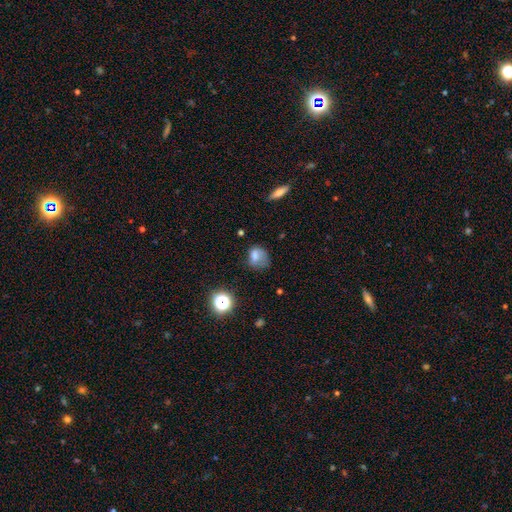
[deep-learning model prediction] Q: Smooth or featured?
A: smooth (68%); runner-up: featured or disk (18%)
Q: How rounded?
A: in between (50%); runner-up: round (49%)
Q: Merging?
A: none (40%); runner-up: minor disturbance (31%)